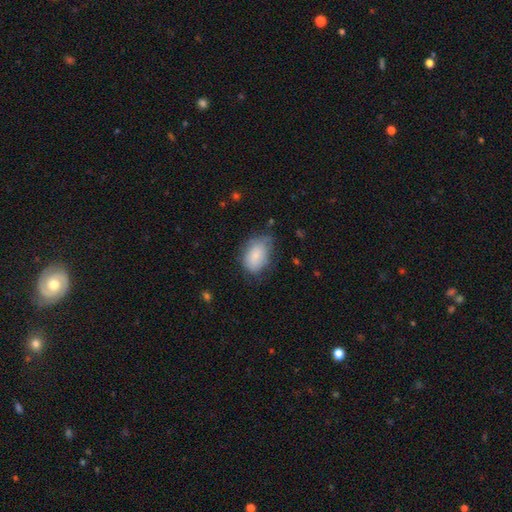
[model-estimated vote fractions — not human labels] Overall: smooth (80%). How rounded: in between (86%). Merging: none (53%; minor disturbance 35%).